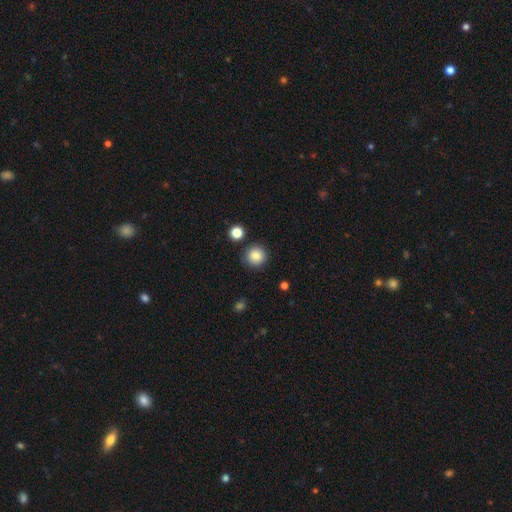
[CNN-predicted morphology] Smooth or featured? smooth (85%)
How rounded? round (94%)
Merging? none (87%)